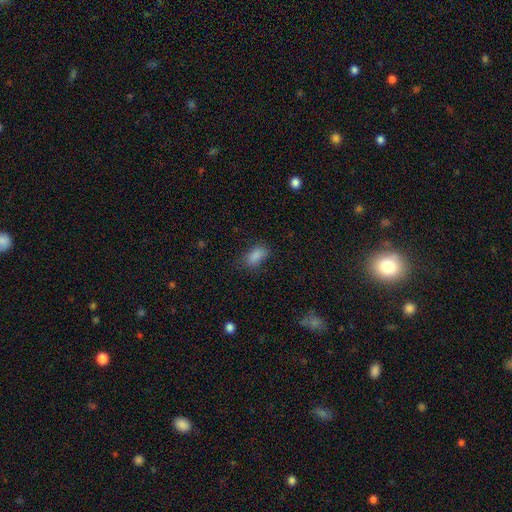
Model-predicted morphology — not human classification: Overall: smooth (85%). How rounded: in between (90%). Merging: none (71%).